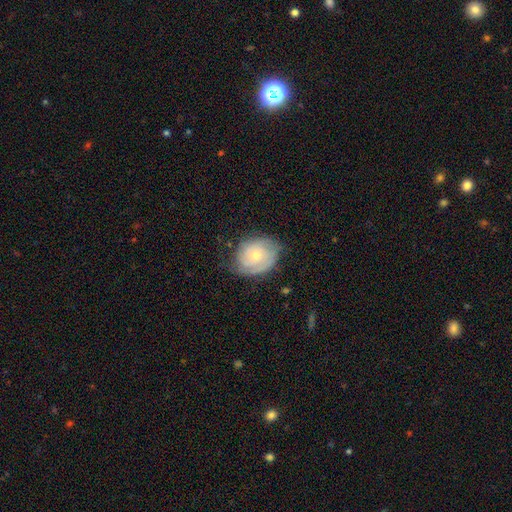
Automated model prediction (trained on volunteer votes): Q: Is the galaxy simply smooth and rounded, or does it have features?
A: featured or disk — 69%.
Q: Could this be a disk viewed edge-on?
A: no — 97%.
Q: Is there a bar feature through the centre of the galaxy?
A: no — 77%.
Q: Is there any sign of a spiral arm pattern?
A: yes — 89%.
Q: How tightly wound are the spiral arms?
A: tight — 64%.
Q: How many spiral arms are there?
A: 2 — 37%.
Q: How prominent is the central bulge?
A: small — 50%.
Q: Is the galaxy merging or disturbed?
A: none — 64%.